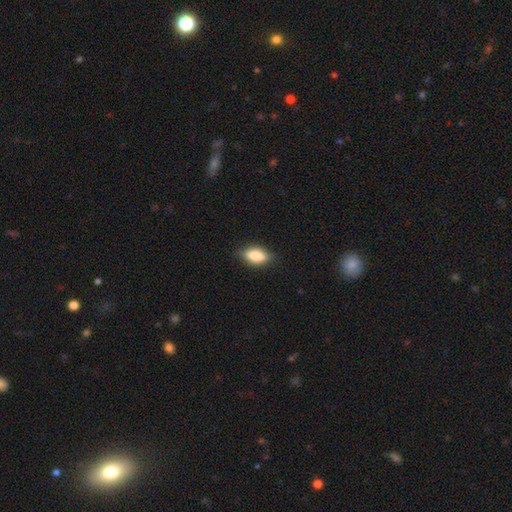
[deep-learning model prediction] Smooth or featured?
  - smooth: 81% *
  - featured or disk: 11%
  - star or artifact: 7%
How rounded?
  - in between: 85% *
  - cigar-shaped: 10%
  - round: 5%
Merging?
  - none: 80% *
  - minor disturbance: 16%
  - major disturbance: 3%
  - merger: 1%